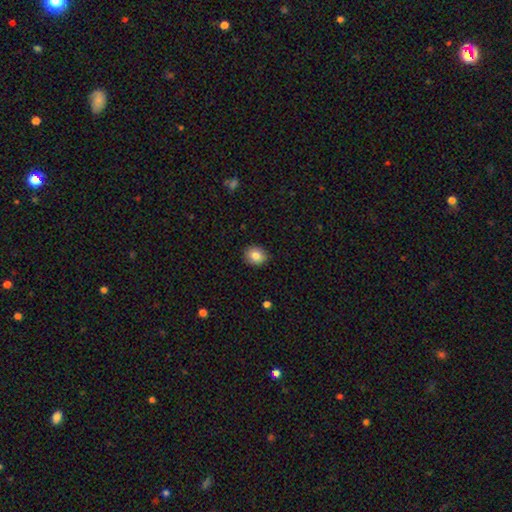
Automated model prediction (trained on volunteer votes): A smooth galaxy with no disk features (82%) that is round (65%).

Vote fractions:
- Smooth or featured? smooth: 82% / star or artifact: 9% / featured or disk: 9%
- How rounded? round: 65% / in between: 34% / cigar-shaped: 1%
- Merging? none: 88% / minor disturbance: 9% / major disturbance: 2% / merger: 1%